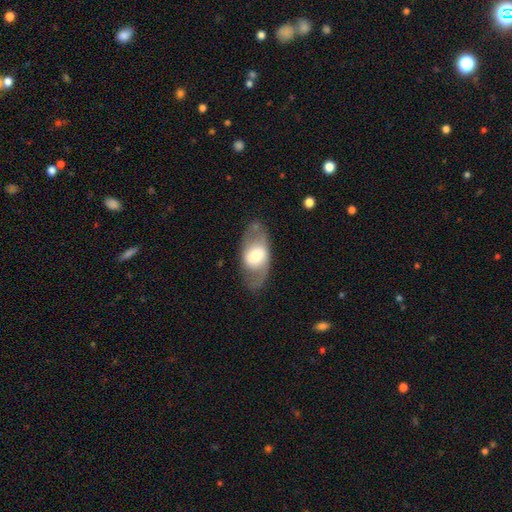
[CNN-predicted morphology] Smooth or featured? featured or disk (49%)
Merging? none (73%)